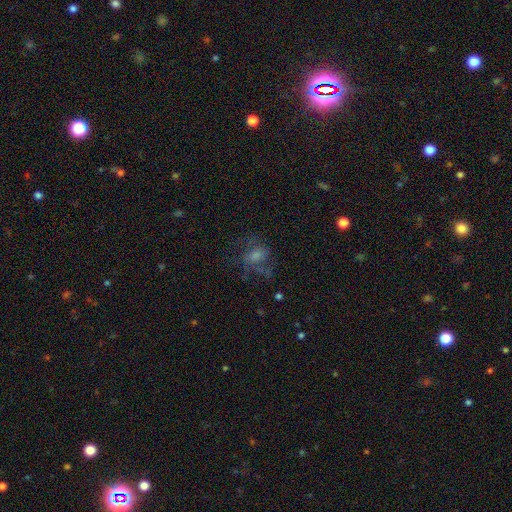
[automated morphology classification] Overall: featured or disk (42%; smooth 32%). Merging: none (52%; major disturbance 27%).